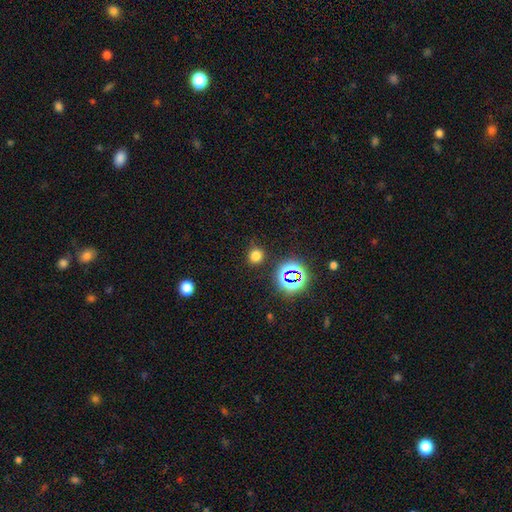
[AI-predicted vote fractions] Q: Smooth or featured?
A: smooth (71%); runner-up: star or artifact (24%)
Q: How rounded?
A: round (86%); runner-up: in between (13%)
Q: Merging?
A: none (86%); runner-up: minor disturbance (9%)